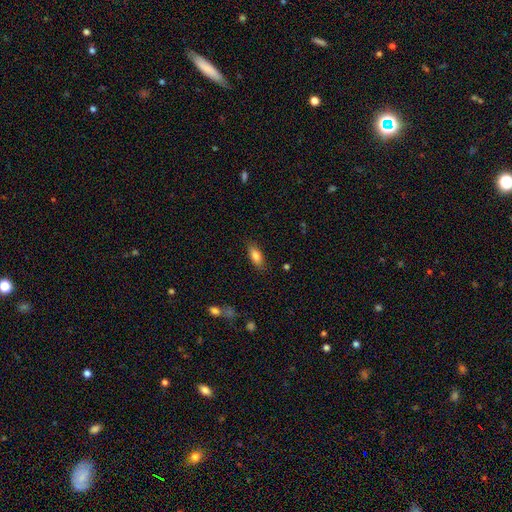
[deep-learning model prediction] Smooth or featured? smooth (81%)
How rounded? in between (79%)
Merging? none (84%)